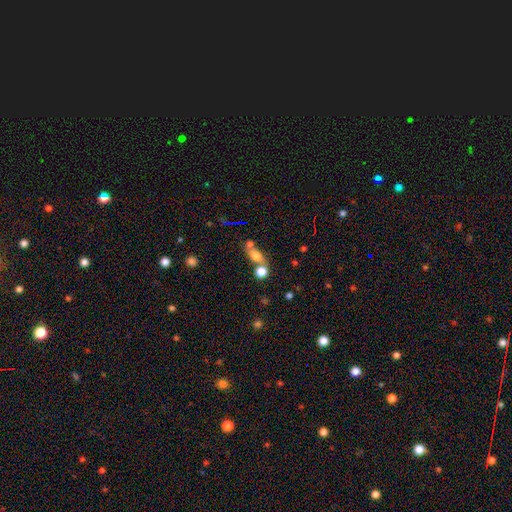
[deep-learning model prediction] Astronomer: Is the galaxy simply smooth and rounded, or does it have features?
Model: smooth — 68%.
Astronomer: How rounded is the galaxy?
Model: in between — 61%.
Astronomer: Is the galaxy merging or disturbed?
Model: none — 47% (runner-up: merger, 35%).